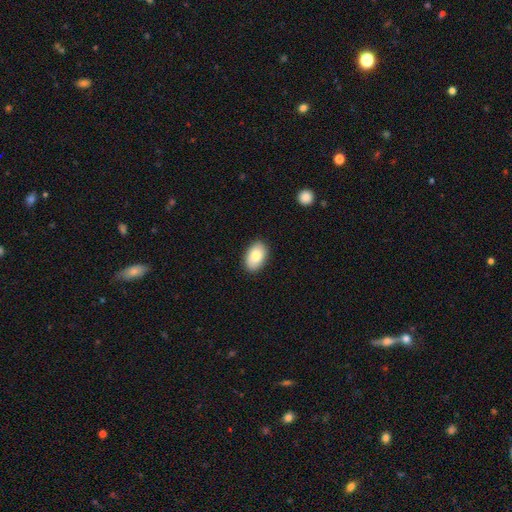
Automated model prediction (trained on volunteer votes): The model was most divided on "smooth or featured": smooth: 81%, featured or disk: 12%, star or artifact: 7%. More confident: how rounded — in between (91%); merging — none (88%).